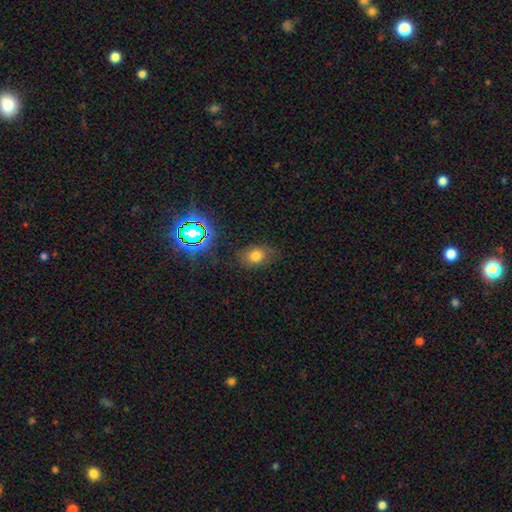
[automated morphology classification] Smooth or featured: smooth — 71% (star or artifact — 19%)
How rounded: in between — 66% (round — 32%)
Merging: none — 74% (minor disturbance — 18%)